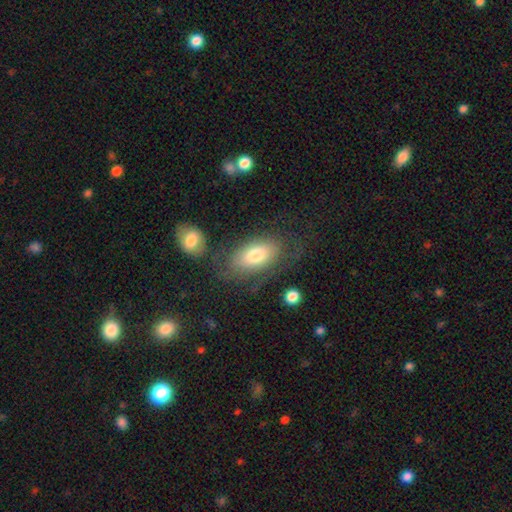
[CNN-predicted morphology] Smooth or featured? Predicted: smooth (p=0.62). How rounded? Predicted: in between (p=0.92). Merging? Predicted: none (p=0.62).